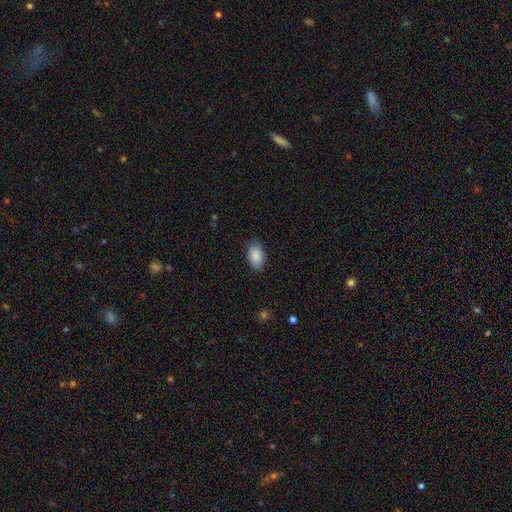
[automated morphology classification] smooth_or_featured: smooth (p=0.88) [alt: star or artifact p=0.07]
how_rounded: in between (p=0.93) [alt: round p=0.05]
merging: none (p=0.84) [alt: minor disturbance p=0.12]